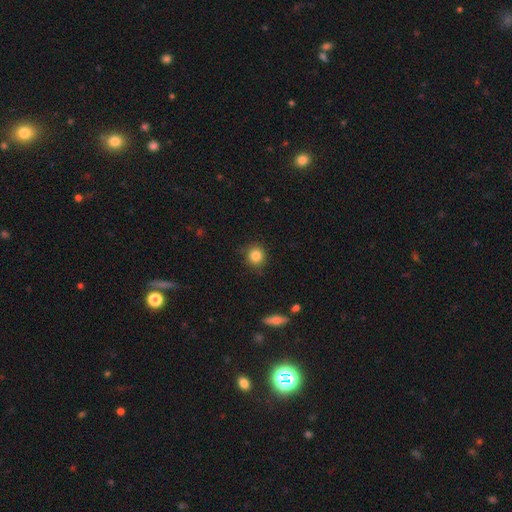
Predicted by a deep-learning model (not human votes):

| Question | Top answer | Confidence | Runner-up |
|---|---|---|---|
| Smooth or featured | smooth | 84% | star or artifact (10%) |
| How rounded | round | 90% | in between (9%) |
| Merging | none | 85% | minor disturbance (12%) |